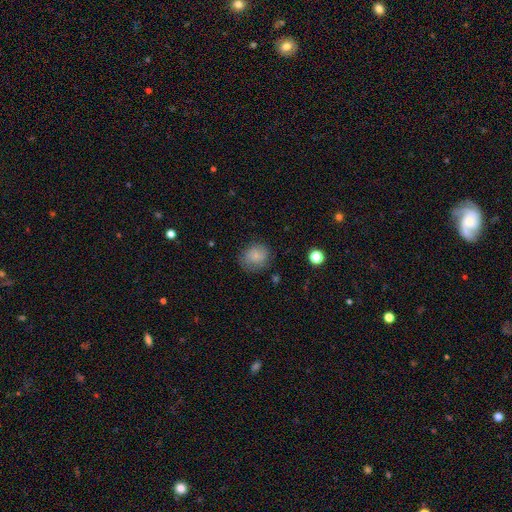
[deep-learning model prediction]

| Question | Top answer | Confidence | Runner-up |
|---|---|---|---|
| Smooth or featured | smooth | 80% | featured or disk (10%) |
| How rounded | round | 74% | in between (25%) |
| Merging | none | 70% | minor disturbance (21%) |